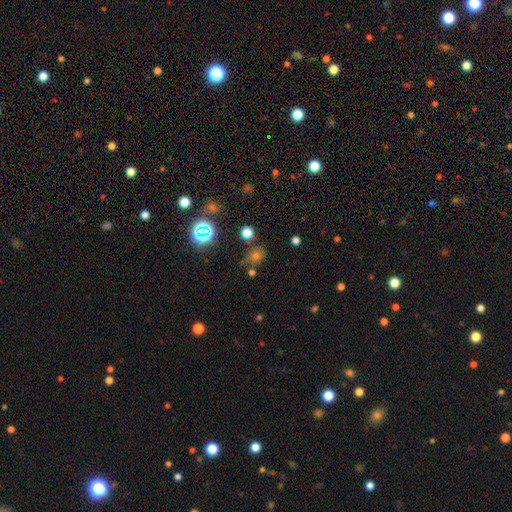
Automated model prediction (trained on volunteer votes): The model was most divided on "smooth or featured": smooth: 48%, star or artifact: 41%, featured or disk: 11%. More confident: merging — none (72%).